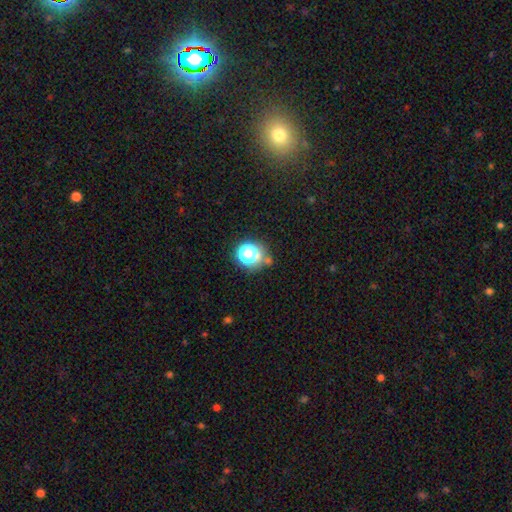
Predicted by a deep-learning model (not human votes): Smooth or featured? smooth (54%)
How rounded? round (79%)
Merging? none (62%)